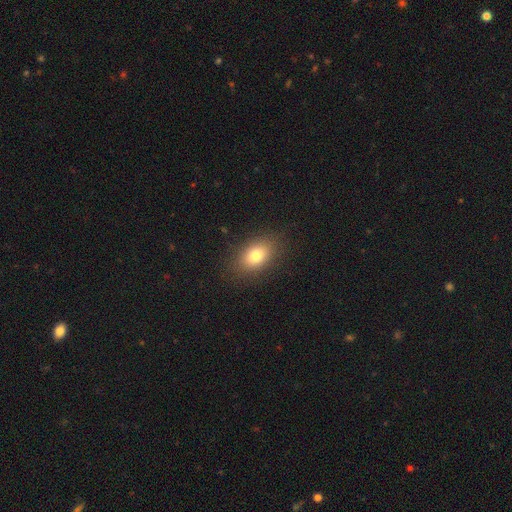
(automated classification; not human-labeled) The model was most divided on "how rounded": in between: 82%, round: 17%, cigar-shaped: 2%. More confident: merging — none (87%); smooth or featured — smooth (79%).